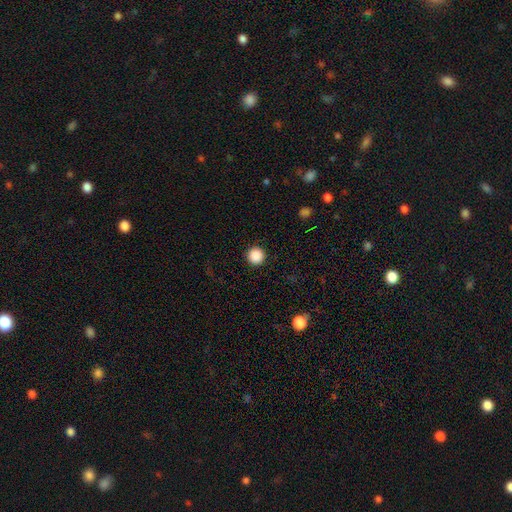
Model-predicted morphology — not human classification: Smooth or featured? Predicted: smooth (p=0.88). How rounded? Predicted: round (p=0.96). Merging? Predicted: none (p=0.93).